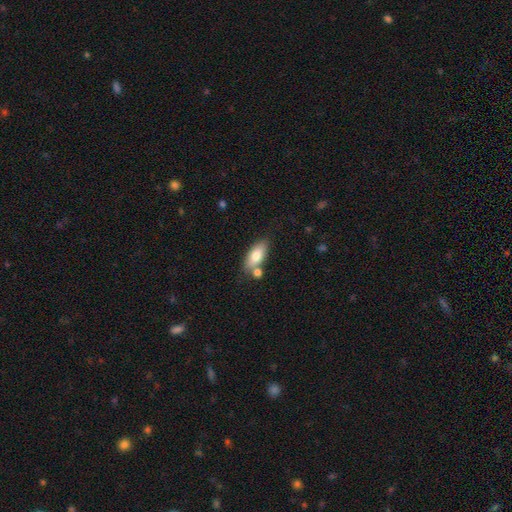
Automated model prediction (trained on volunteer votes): smooth 76%, featured or disk 17%, star or artifact 7%. Down the decision tree: how rounded — in between (82%); merging — none (65%).